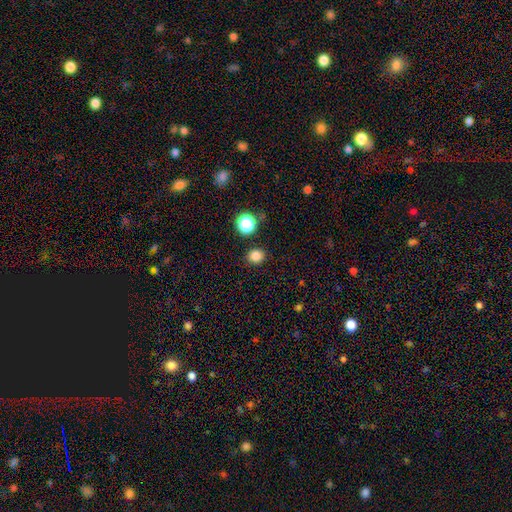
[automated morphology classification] Smooth or featured? smooth (81%)
How rounded? round (78%)
Merging? none (88%)